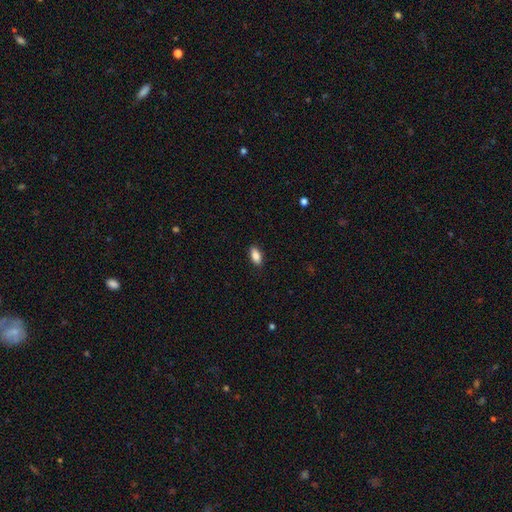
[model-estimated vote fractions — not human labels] Overall: smooth (87%). How rounded: in between (89%). Merging: none (88%).